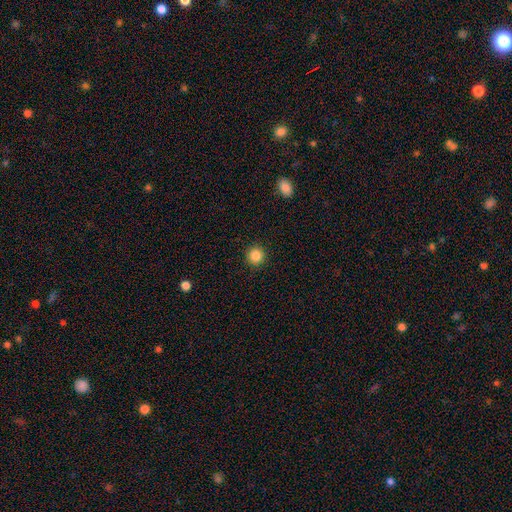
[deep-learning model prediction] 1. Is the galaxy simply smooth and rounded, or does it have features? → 86% smooth, 11% star or artifact, 4% featured or disk.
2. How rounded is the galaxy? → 95% round, 4% in between, 1% cigar-shaped.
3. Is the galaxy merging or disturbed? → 93% none, 5% minor disturbance, 2% major disturbance, 1% merger.